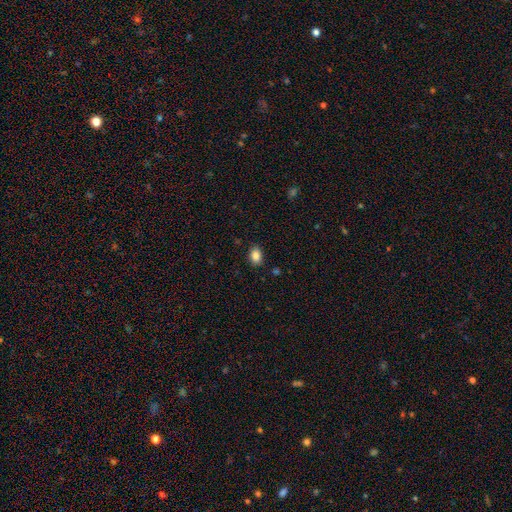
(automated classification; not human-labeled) Overall: smooth (85%). How rounded: in between (79%). Merging: none (87%).